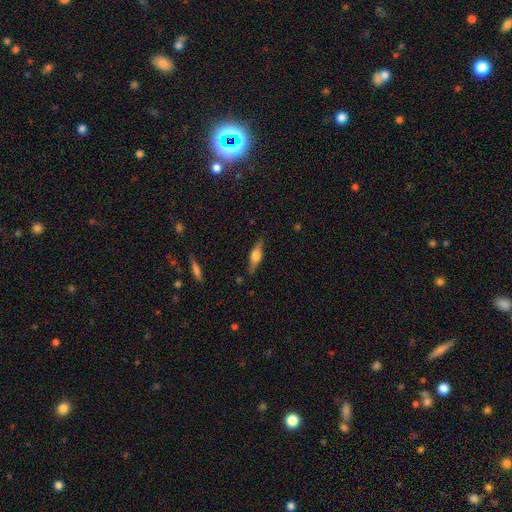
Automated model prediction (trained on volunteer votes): A featured or disk galaxy (56%) viewed edge-on (94%) with a rounded central bulge (85%). Merging: none (84%).